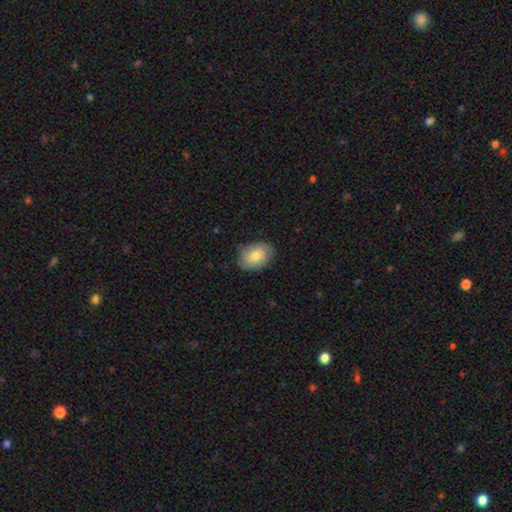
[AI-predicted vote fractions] smooth-or-featured: smooth: 78% | featured or disk: 15% | star or artifact: 7%
  how-rounded: in between: 81% | round: 18% | cigar-shaped: 1%
  merging: none: 83% | minor disturbance: 14% | major disturbance: 2% | merger: 1%